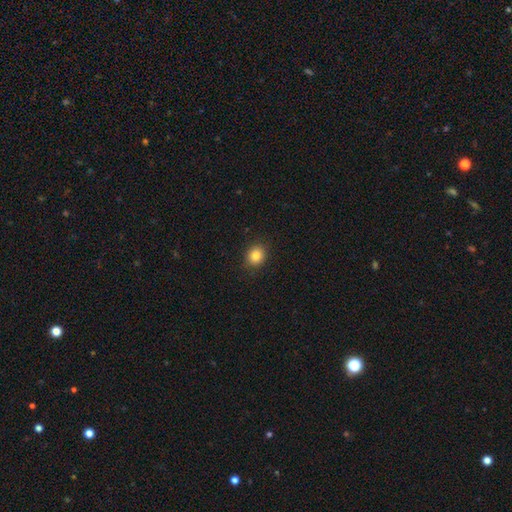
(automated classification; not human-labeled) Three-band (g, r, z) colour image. It shows a smooth galaxy with no disk features (83%) that is round (74%). Merging: none (90%).